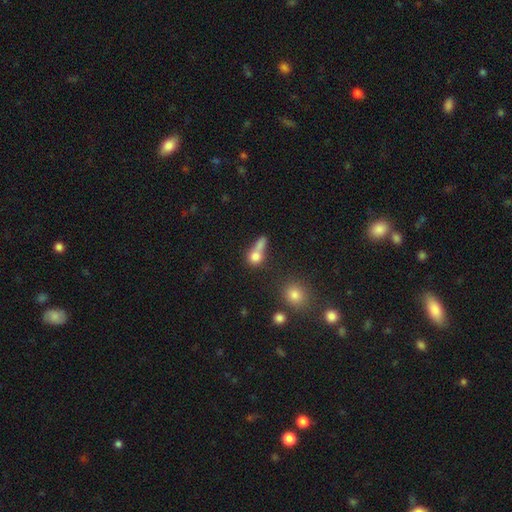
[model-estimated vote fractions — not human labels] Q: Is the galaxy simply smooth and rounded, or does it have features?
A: smooth — 75%.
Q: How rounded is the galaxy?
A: round — 62%.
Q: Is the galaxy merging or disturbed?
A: merger — 48%.